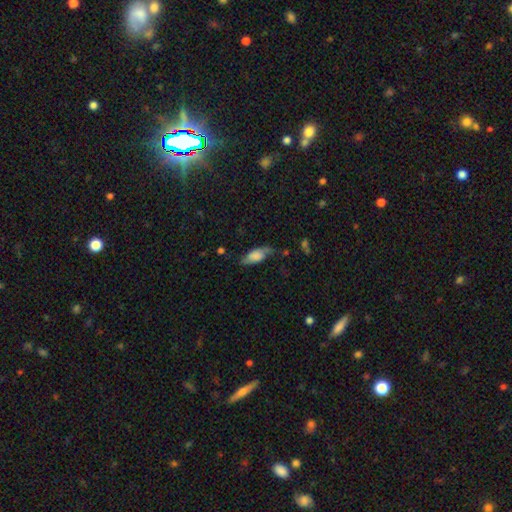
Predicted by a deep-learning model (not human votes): Q: Smooth or featured?
A: smooth (63%); runner-up: featured or disk (29%)
Q: How rounded?
A: in between (83%); runner-up: cigar-shaped (13%)
Q: Merging?
A: none (48%); runner-up: minor disturbance (32%)